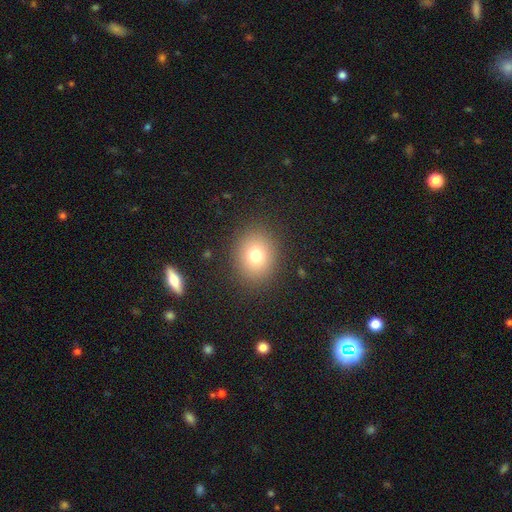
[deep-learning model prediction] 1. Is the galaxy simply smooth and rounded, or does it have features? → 76% smooth, 14% star or artifact, 11% featured or disk.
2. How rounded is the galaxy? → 66% round, 33% in between, 1% cigar-shaped.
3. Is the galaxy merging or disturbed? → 88% none, 8% minor disturbance, 4% major disturbance, 1% merger.